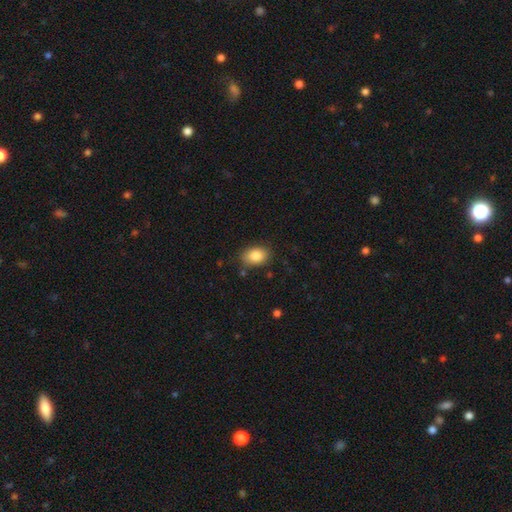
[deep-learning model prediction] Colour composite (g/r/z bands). It shows a smooth galaxy with no disk features (86%) that is in between round and cigar-shaped (82%). Merging: none (81%).